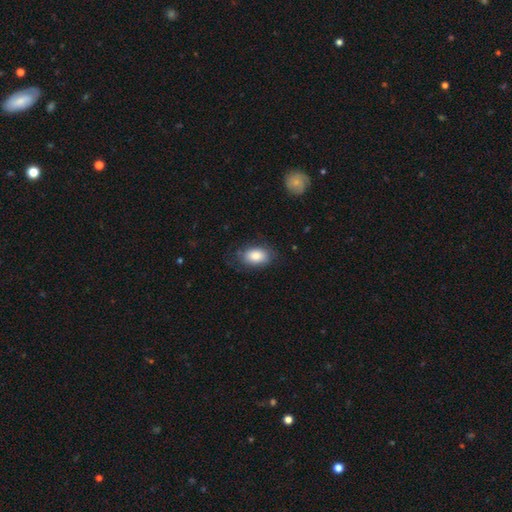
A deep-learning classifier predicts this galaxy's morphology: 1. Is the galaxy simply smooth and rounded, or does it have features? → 81% smooth, 12% featured or disk, 6% star or artifact.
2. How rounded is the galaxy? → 88% in between, 11% round, 1% cigar-shaped.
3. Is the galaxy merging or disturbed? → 70% none, 20% minor disturbance, 8% major disturbance, 1% merger.